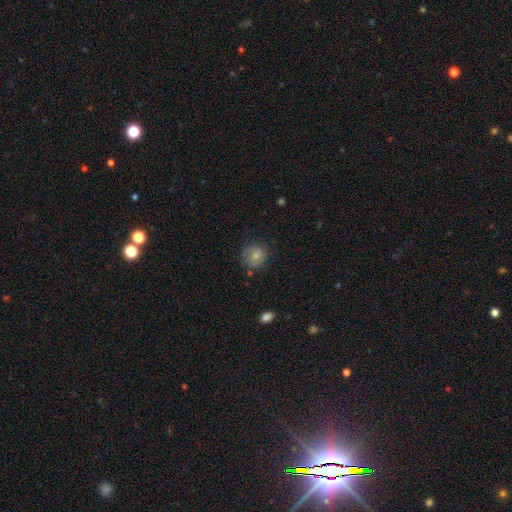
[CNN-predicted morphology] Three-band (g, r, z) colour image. It shows a smooth galaxy with no disk features (73%) that is round (82%). Merging: none (68%).